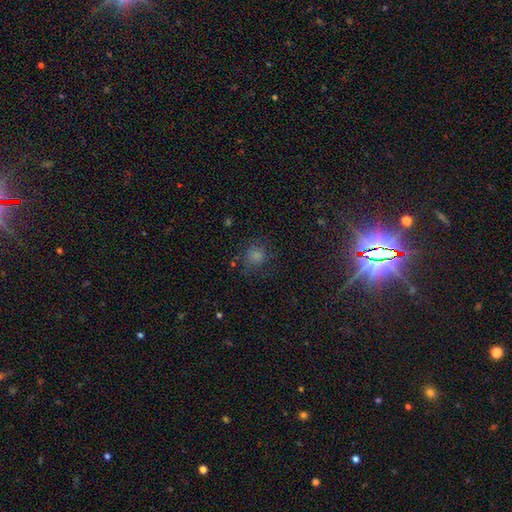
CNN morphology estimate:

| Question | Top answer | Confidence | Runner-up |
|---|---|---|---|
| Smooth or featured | smooth | 74% | star or artifact (18%) |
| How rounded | round | 84% | in between (15%) |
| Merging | none | 71% | minor disturbance (17%) |